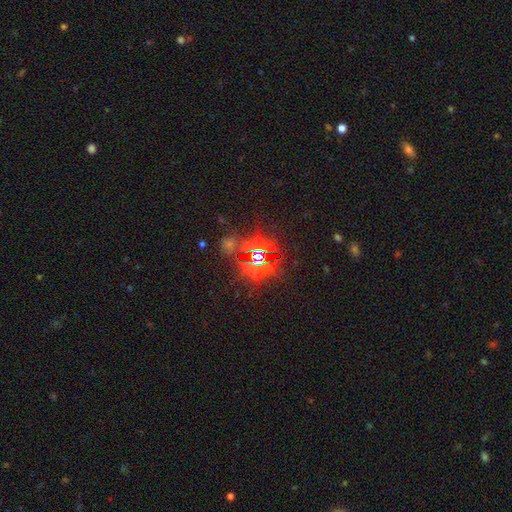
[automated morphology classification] Smooth or featured?
  - star or artifact: 80% *
  - smooth: 11%
  - featured or disk: 9%